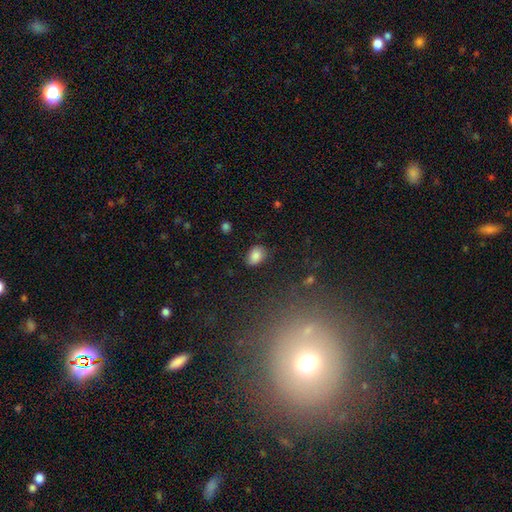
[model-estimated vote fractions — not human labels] This appears to be a smooth galaxy with no disk features (85%) that is in between round and cigar-shaped (80%). Merging: none (80%).